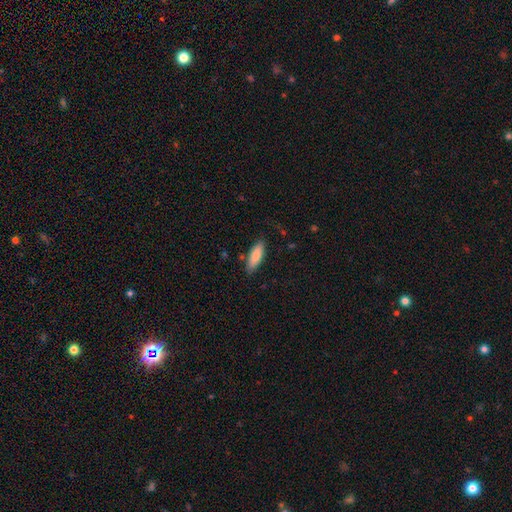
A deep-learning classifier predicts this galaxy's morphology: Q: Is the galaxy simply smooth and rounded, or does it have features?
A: smooth — 83%.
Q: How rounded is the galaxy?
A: in between — 56%.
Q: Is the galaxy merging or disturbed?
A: none — 82%.